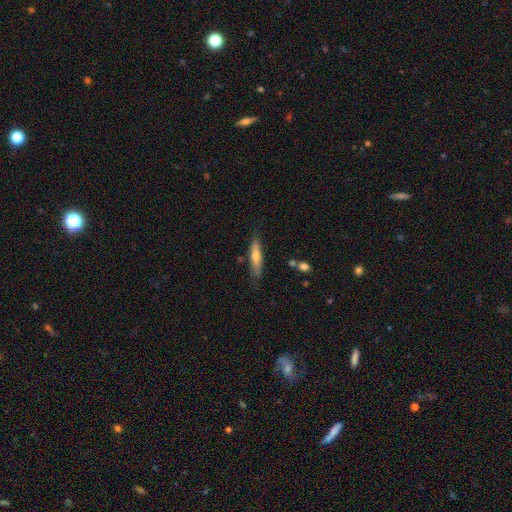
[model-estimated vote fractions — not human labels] Smooth or featured?
  - smooth: 54% *
  - featured or disk: 40%
  - star or artifact: 7%
How rounded?
  - cigar-shaped: 84% *
  - in between: 14%
  - round: 2%
Merging?
  - none: 78% *
  - minor disturbance: 16%
  - major disturbance: 3%
  - merger: 3%